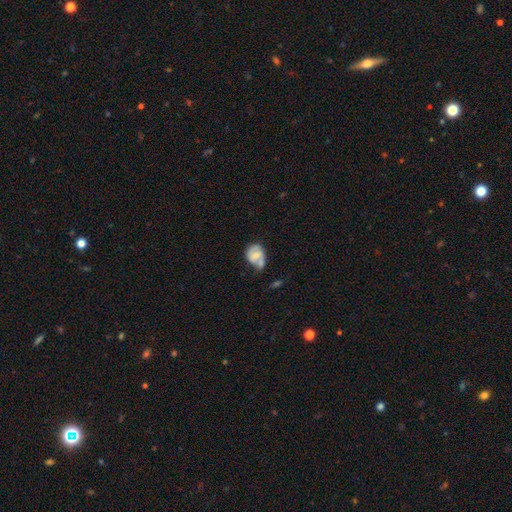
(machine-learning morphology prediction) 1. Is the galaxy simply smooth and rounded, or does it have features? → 48% featured or disk, 45% smooth, 8% star or artifact.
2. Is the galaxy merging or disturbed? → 35% none, 31% minor disturbance, 19% merger, 14% major disturbance.